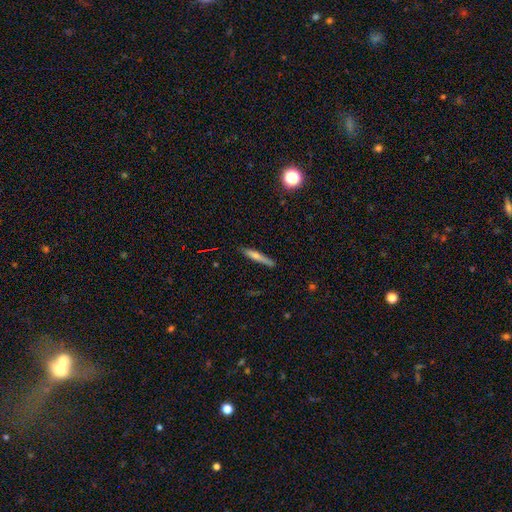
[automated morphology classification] Overall: smooth (59%; featured or disk 33%). How rounded: cigar-shaped (93%). Merging: none (83%).